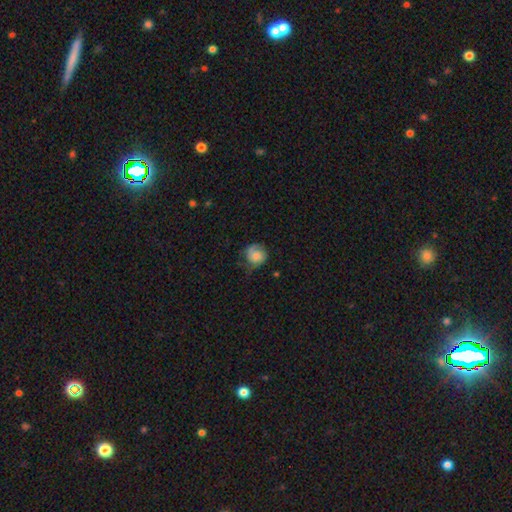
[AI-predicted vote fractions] The model was most divided on "merging": none: 51%, minor disturbance: 32%, major disturbance: 16%, merger: 2%. More confident: how rounded — round (81%); smooth or featured — smooth (61%).